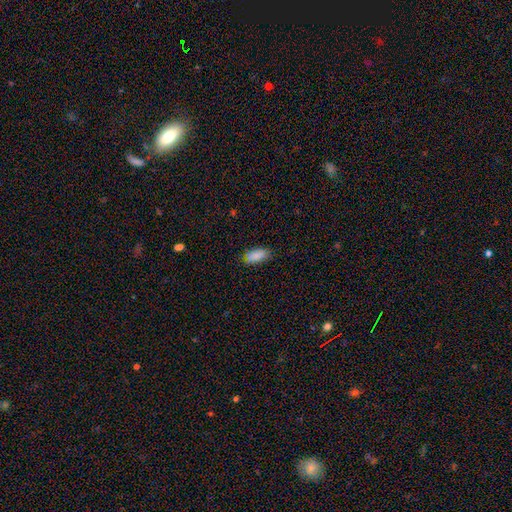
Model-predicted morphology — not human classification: smooth 88%, star or artifact 7%, featured or disk 5%. Down the decision tree: how rounded — in between (84%); merging — none (81%).